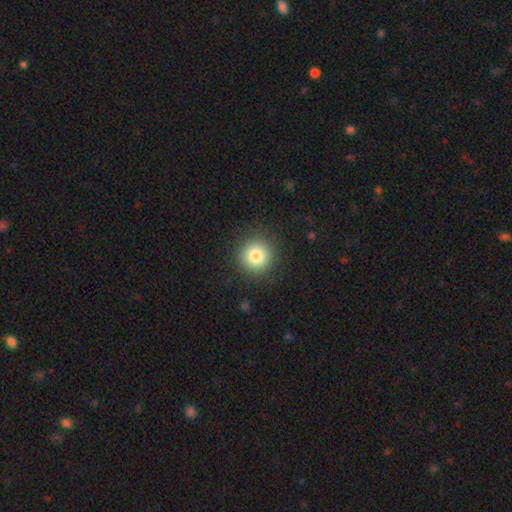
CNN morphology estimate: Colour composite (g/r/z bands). It shows a smooth galaxy with no disk features (82%) that is round (94%). Merging: none (90%).